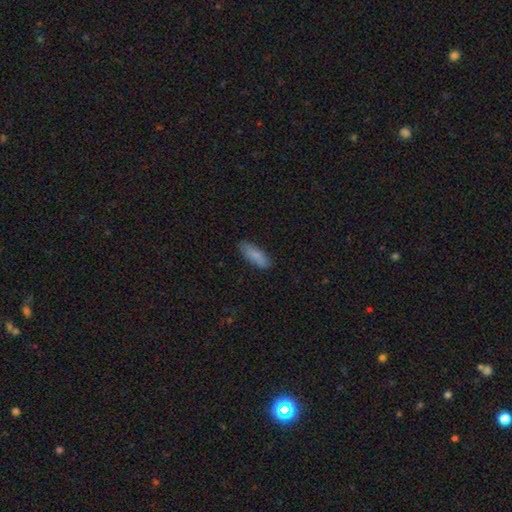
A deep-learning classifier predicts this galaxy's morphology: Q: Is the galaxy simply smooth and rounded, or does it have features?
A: smooth — 84%.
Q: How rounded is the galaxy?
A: in between — 65%.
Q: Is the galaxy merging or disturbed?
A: none — 83%.